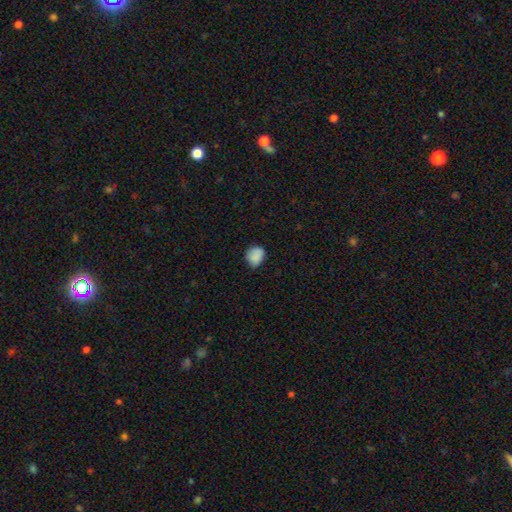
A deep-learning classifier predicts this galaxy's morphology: This is clearly a smooth galaxy (86%). How rounded: likely round (62%). Merging: likely none (66%).